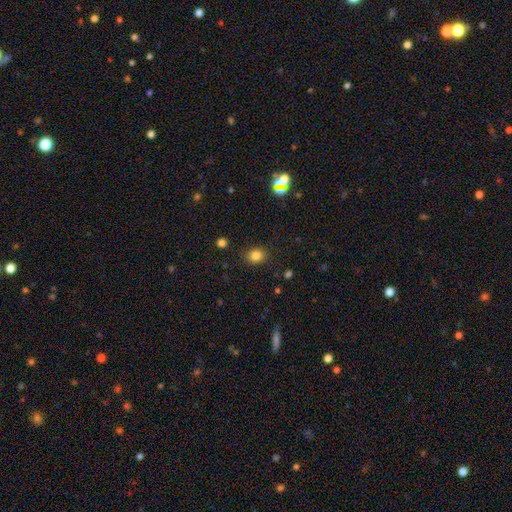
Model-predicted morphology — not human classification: This appears to be a smooth galaxy with no disk features (82%) that is round (64%). Merging: none (86%).